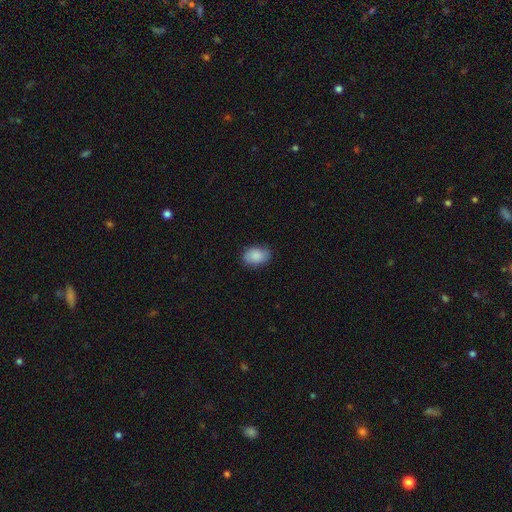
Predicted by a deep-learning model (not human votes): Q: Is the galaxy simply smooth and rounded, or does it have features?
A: smooth — 84%.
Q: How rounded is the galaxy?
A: in between — 84%.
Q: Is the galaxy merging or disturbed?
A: none — 80%.